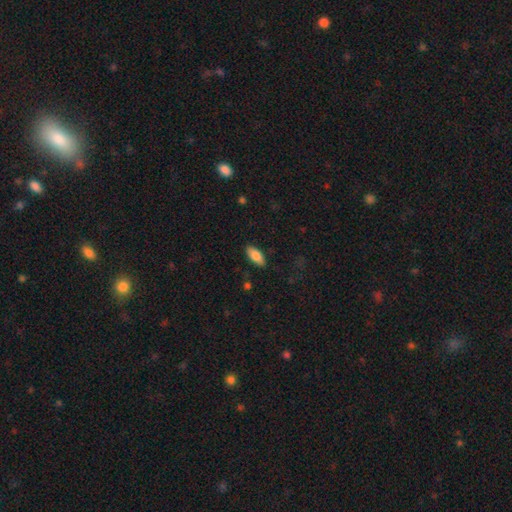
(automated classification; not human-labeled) This appears to be a smooth galaxy with no disk features (81%) that is in between round and cigar-shaped (84%). Merging: none (87%).